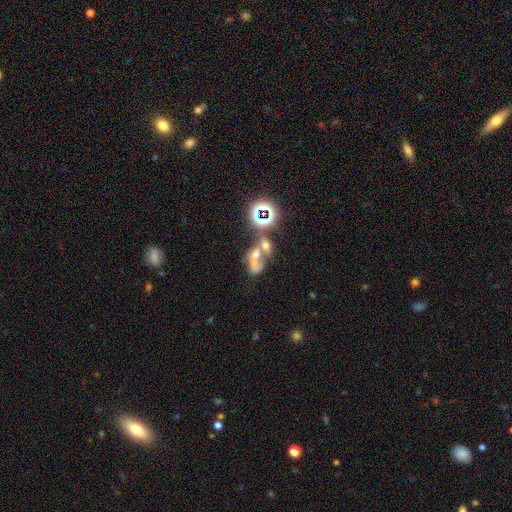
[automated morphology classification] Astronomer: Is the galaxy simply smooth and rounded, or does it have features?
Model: featured or disk — 36% (runner-up: star or artifact, 35%).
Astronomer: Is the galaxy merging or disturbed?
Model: merger — 58%.